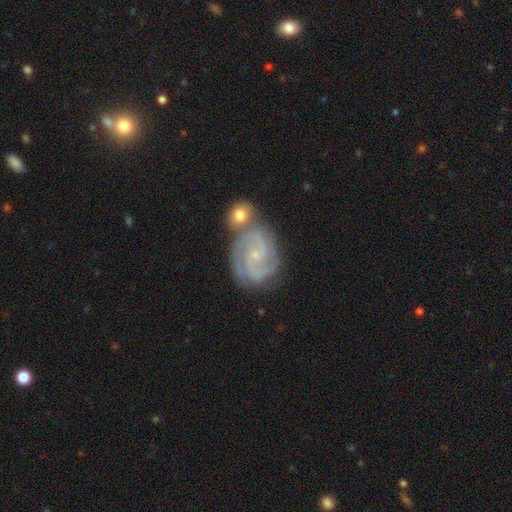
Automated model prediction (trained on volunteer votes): smooth-or-featured: featured or disk: 88% | smooth: 6% | star or artifact: 6%
  disk-edge-on: no: 98% | yes: 2%
    bar: no: 62% | weak: 31% | strong: 7%
    has-spiral-arms: yes: 98% | no: 2%
      spiral-winding: tight: 58% | medium: 36% | loose: 6%
      spiral-arm-count: 2: 50% | 3: 24% | can't tell: 12% | 4: 6% | more than 4: 4% | 1: 4%
    bulge-size: small: 81% | moderate: 14% | none: 3% | large: 1% | dominant: 1%
  merging: none: 53% | merger: 28% | minor disturbance: 15% | major disturbance: 5%